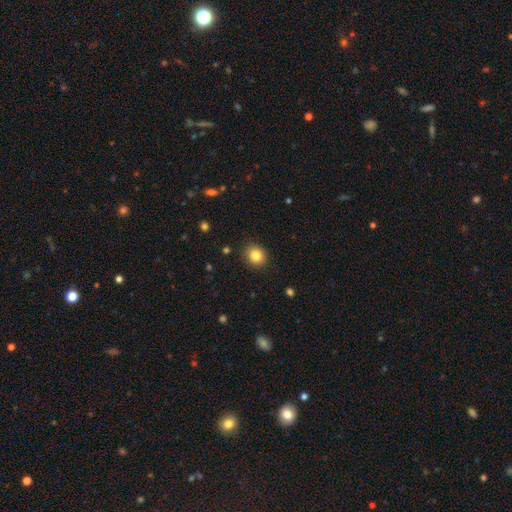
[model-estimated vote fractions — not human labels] Morphology: type=smooth (84%); roundness=round (77%); merging=none (89%).